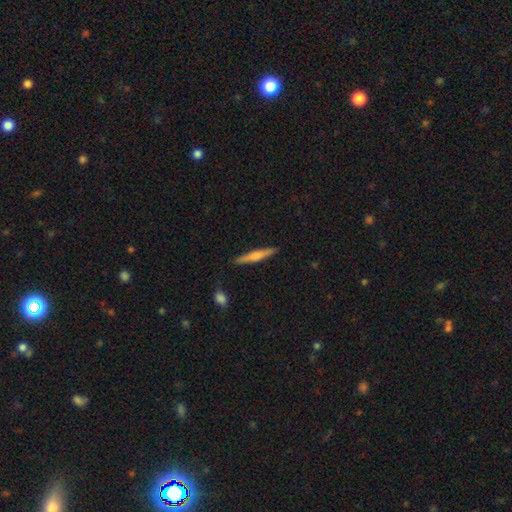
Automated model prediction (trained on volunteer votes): Q: Smooth or featured?
A: smooth (49%); runner-up: featured or disk (45%)
Q: Merging?
A: none (89%); runner-up: minor disturbance (8%)